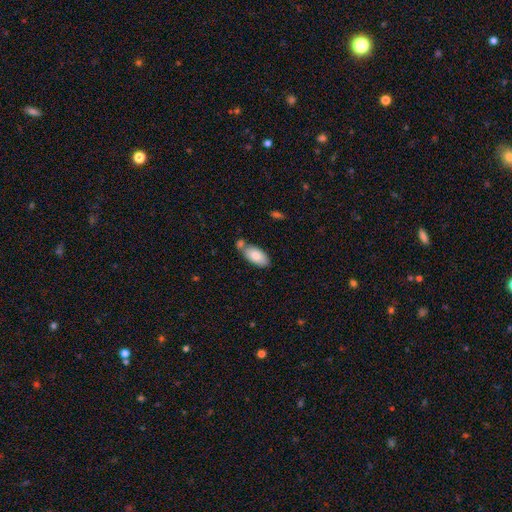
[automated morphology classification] This appears to be a smooth galaxy with no disk features (83%) that is in between round and cigar-shaped (93%). Merging: none (56%).